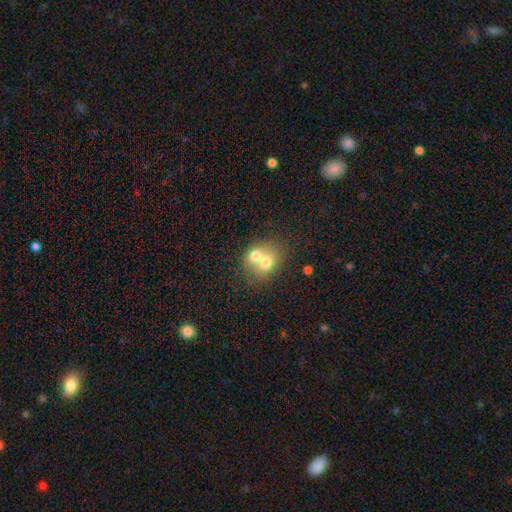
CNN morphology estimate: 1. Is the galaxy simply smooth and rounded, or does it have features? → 66% smooth, 25% featured or disk, 9% star or artifact.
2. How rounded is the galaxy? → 52% round, 47% in between, 1% cigar-shaped.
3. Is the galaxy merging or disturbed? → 72% merger, 20% none, 6% minor disturbance, 3% major disturbance.